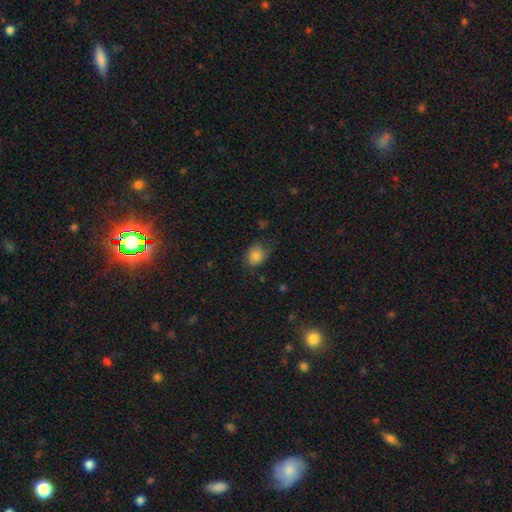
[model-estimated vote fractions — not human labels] A smooth galaxy with no disk features (84%) that is round (51%).

Vote fractions:
- Smooth or featured? smooth: 84% / star or artifact: 9% / featured or disk: 7%
- How rounded? round: 51% / in between: 48% / cigar-shaped: 1%
- Merging? none: 60% / minor disturbance: 29% / major disturbance: 10% / merger: 2%